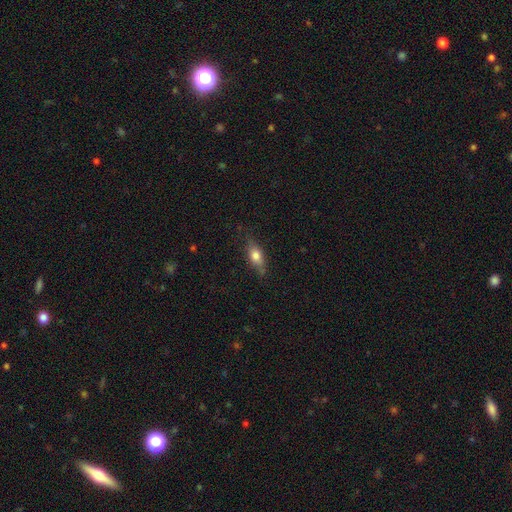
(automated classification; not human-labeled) Smooth or featured: smooth — 67% (featured or disk — 25%)
How rounded: in between — 72% (cigar-shaped — 21%)
Merging: none — 73% (minor disturbance — 20%)